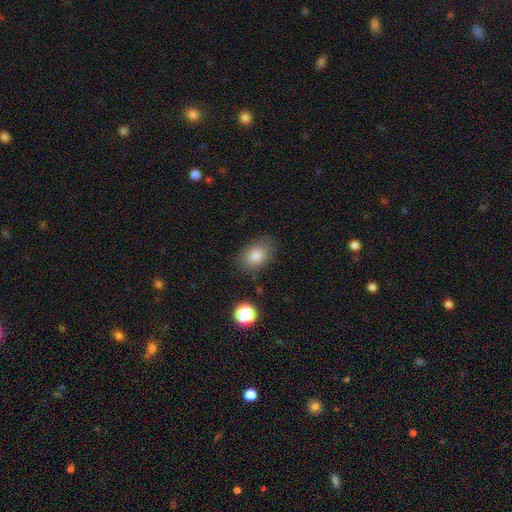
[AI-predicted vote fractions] Morphology: type=smooth (83%); roundness=in between (75%); merging=none (80%).